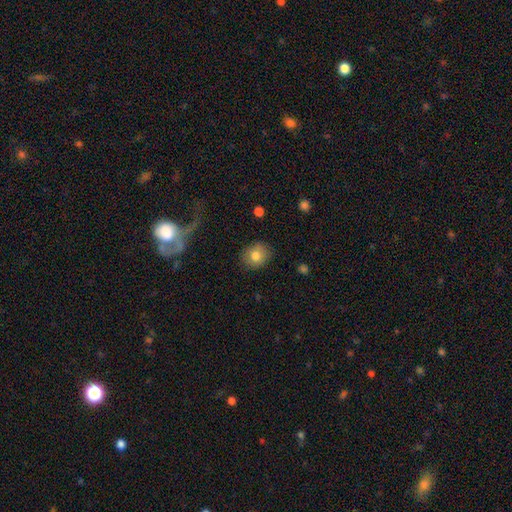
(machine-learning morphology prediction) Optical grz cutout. It shows a smooth galaxy with no disk features (79%) that is round (68%). Merging: none (85%).